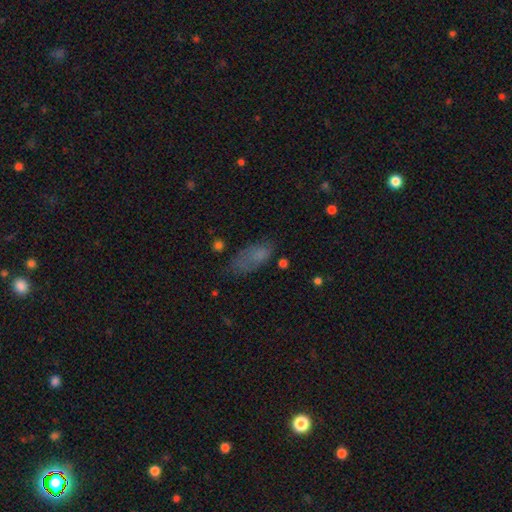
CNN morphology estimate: Smooth or featured?
  - smooth: 68% *
  - featured or disk: 17%
  - star or artifact: 15%
How rounded?
  - in between: 82% *
  - cigar-shaped: 14%
  - round: 4%
Merging?
  - none: 53% *
  - minor disturbance: 27%
  - major disturbance: 16%
  - merger: 4%